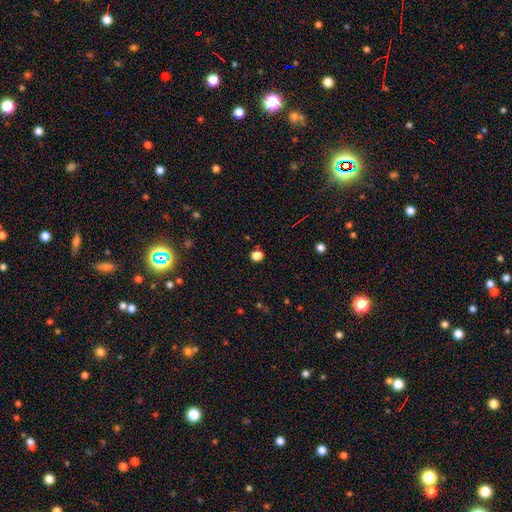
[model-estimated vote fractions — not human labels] smooth 75%, star or artifact 21%, featured or disk 4%. Down the decision tree: how rounded — round (70%); merging — none (88%).